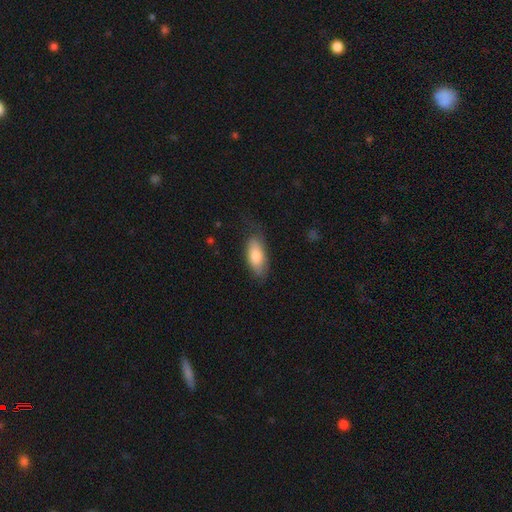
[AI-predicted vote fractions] Overall: smooth (78%). How rounded: in between (83%). Merging: none (65%).